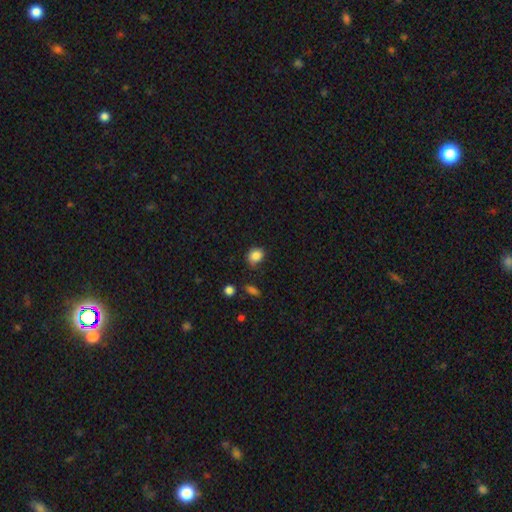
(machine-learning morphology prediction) This appears to be a smooth galaxy with no disk features (85%) that is round (59%). Merging: none (65%).